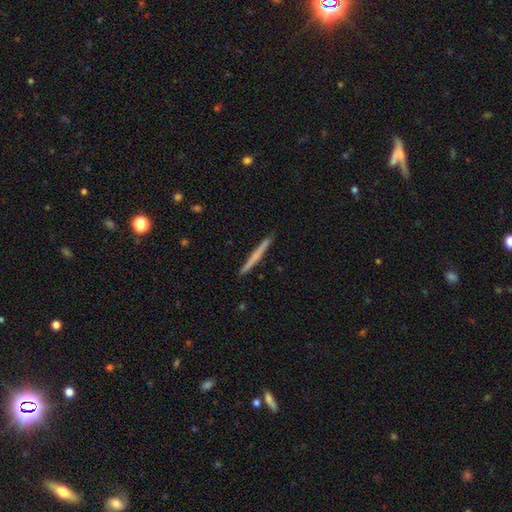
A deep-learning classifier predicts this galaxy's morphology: The model was most divided on "smooth or featured": smooth: 52%, featured or disk: 43%, star or artifact: 5%. More confident: how rounded — cigar-shaped (97%); merging — none (92%).